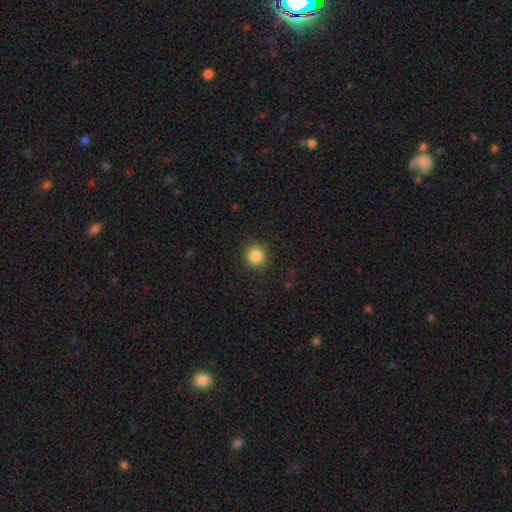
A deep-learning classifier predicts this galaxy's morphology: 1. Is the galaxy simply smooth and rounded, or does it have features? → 85% smooth, 11% star or artifact, 4% featured or disk.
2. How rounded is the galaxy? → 93% round, 6% in between, 1% cigar-shaped.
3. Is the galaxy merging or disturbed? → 90% none, 6% minor disturbance, 2% major disturbance, 1% merger.